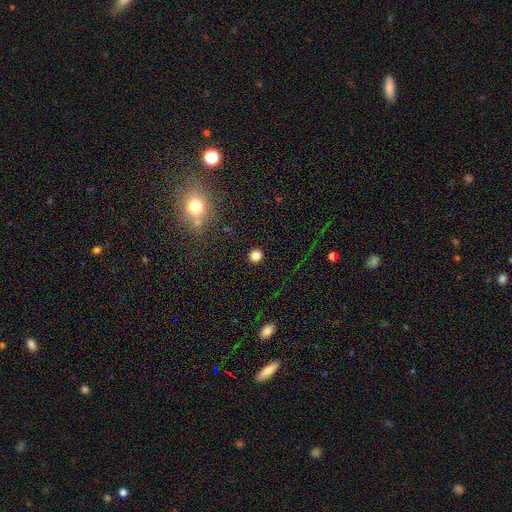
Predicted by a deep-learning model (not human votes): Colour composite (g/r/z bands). It shows a smooth galaxy with no disk features (82%) that is round (90%). Merging: none (92%).